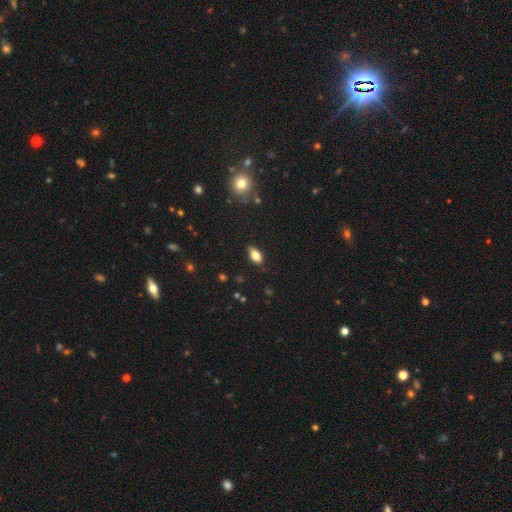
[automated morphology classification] This is likely a smooth galaxy (76%). How rounded: clearly in between (88%). Merging: clearly none (81%).